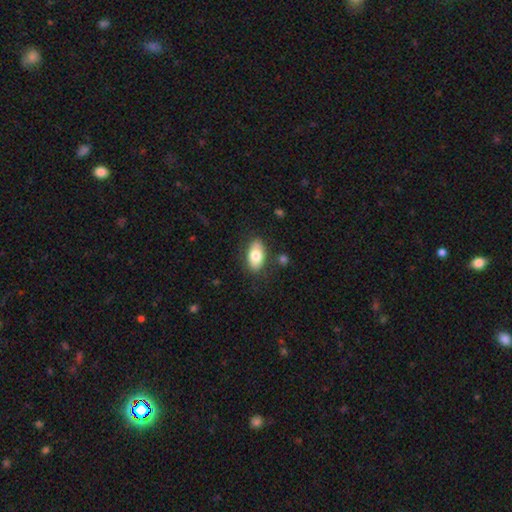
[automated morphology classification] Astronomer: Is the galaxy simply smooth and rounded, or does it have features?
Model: smooth — 76%.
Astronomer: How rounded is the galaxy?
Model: in between — 92%.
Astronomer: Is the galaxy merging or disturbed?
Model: none — 80%.